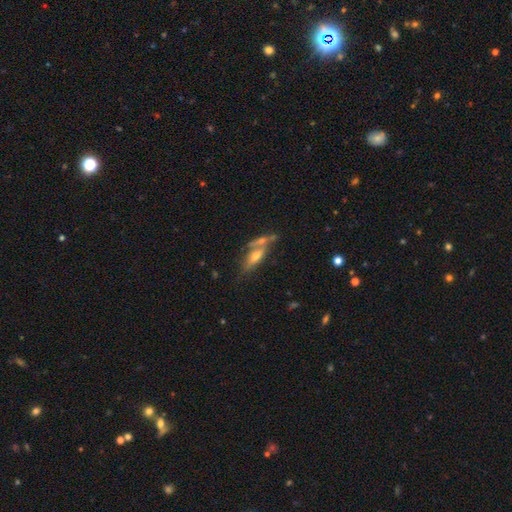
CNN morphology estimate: type=smooth (46%); merging=none (42%).